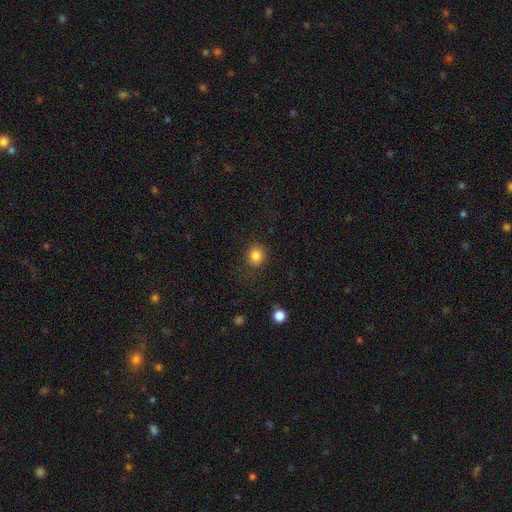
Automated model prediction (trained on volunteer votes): The model was most divided on "how rounded": round: 85%, in between: 14%, cigar-shaped: 1%. More confident: merging — none (84%); smooth or featured — smooth (84%).